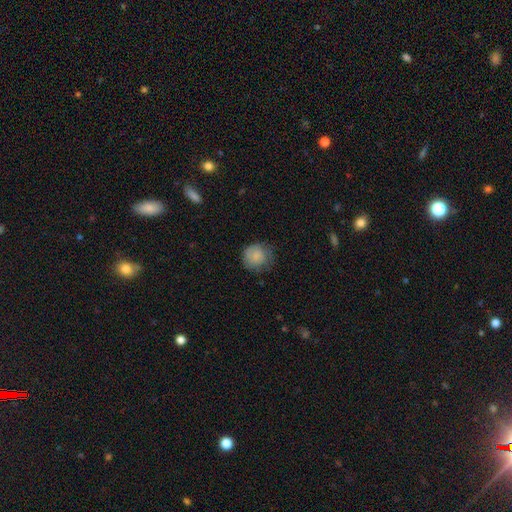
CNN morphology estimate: A smooth galaxy with no disk features (82%) that is round (88%).

Vote fractions:
- Smooth or featured? smooth: 82% / featured or disk: 11% / star or artifact: 7%
- How rounded? round: 88% / in between: 11% / cigar-shaped: 1%
- Merging? none: 67% / minor disturbance: 24% / major disturbance: 7% / merger: 1%